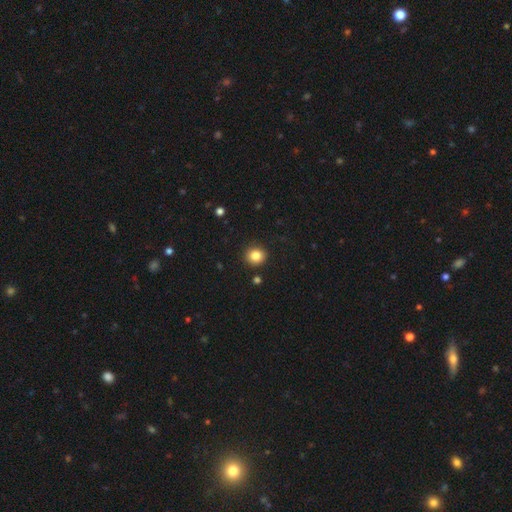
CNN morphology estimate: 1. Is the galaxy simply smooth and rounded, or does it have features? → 84% smooth, 11% star or artifact, 6% featured or disk.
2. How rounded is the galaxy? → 89% round, 10% in between, 1% cigar-shaped.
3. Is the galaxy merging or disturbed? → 90% none, 6% minor disturbance, 2% major disturbance, 2% merger.